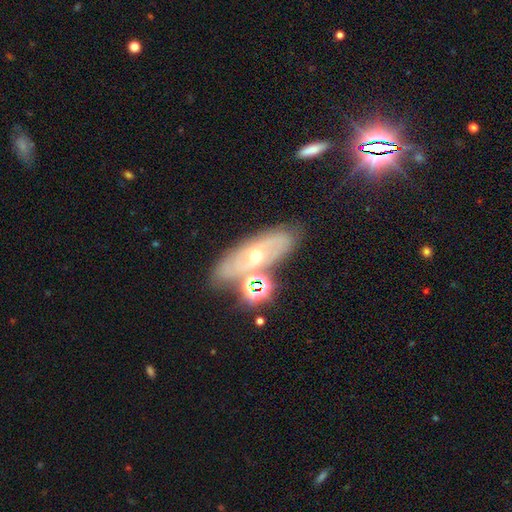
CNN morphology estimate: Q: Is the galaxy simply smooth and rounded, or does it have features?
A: featured or disk — 65%.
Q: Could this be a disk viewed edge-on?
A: no — 78%.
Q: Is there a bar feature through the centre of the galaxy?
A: no — 67%.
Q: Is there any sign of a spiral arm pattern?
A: yes — 62%.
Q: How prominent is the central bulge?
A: moderate — 54%.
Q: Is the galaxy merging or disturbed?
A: none — 68%.